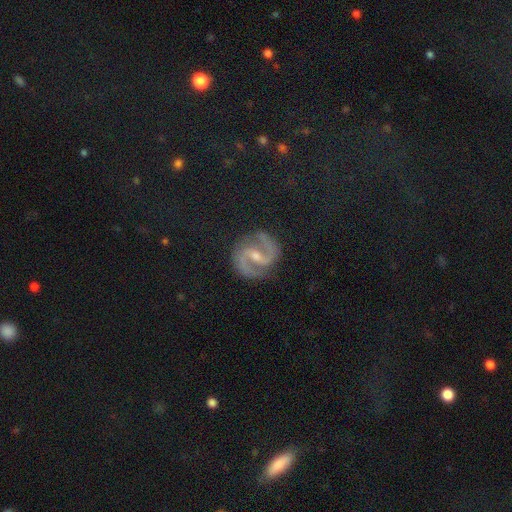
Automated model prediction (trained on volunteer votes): Morphology: type=featured or disk (87%); edge-on=no (98%); bar=weak (44%); spiral arms=yes (97%); winding=medium (60%); arm count=2 (95%); bulge=small (51%); merging=none (85%).